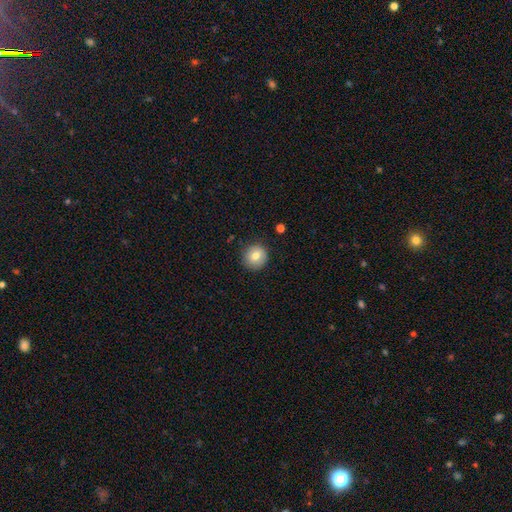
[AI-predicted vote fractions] A smooth galaxy with no disk features (78%) that is round (94%).

Vote fractions:
- Smooth or featured? smooth: 78% / featured or disk: 13% / star or artifact: 9%
- How rounded? round: 94% / in between: 6% / cigar-shaped: 1%
- Merging? none: 88% / minor disturbance: 8% / major disturbance: 2% / merger: 1%